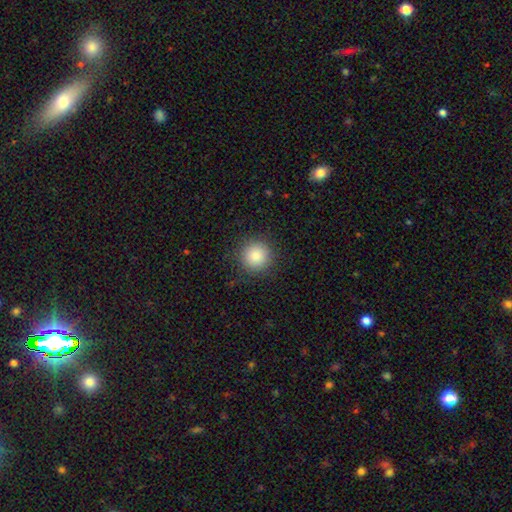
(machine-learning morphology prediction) type=smooth (86%); roundness=round (95%); merging=none (89%).